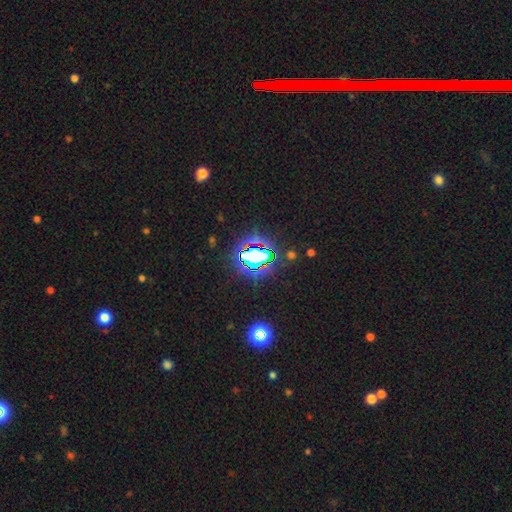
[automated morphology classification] A star or artifact, not a galaxy (70%).

Vote fractions:
- Smooth or featured? star or artifact: 70% / smooth: 18% / featured or disk: 12%